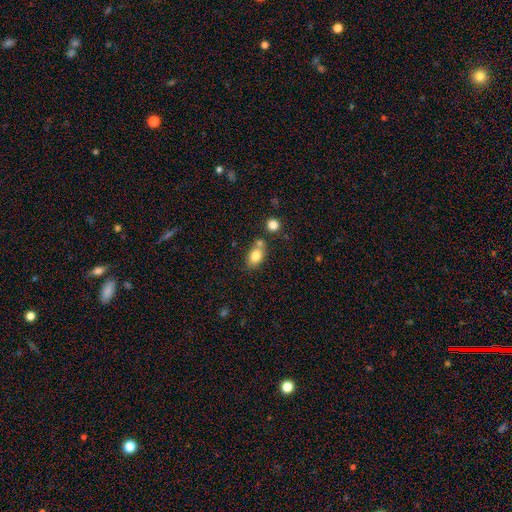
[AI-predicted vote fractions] This is clearly a smooth galaxy (81%). How rounded: likely in between (79%). Merging: possibly none (58%).